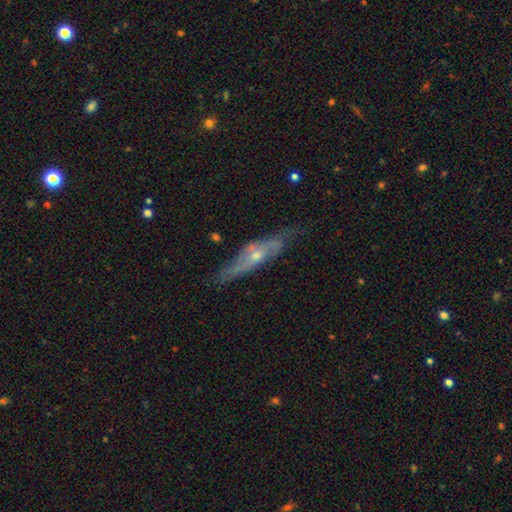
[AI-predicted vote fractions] smooth-or-featured: featured or disk: 72% | smooth: 22% | star or artifact: 6%
  disk-edge-on: yes: 50% (tied) | no: 50% (tied)
  merging: none: 65% | minor disturbance: 25% | major disturbance: 8% | merger: 3%